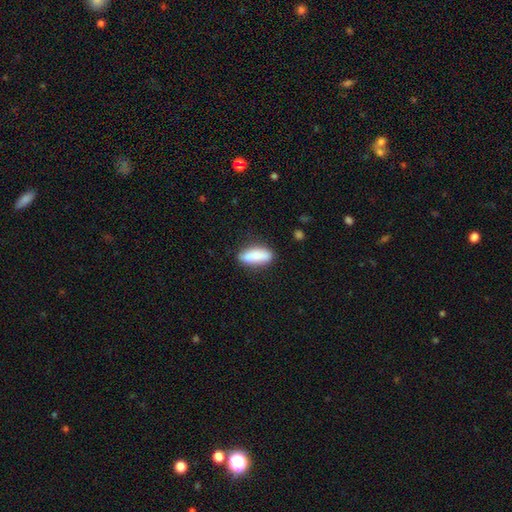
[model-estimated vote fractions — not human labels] Overall: smooth (83%). How rounded: in between (70%). Merging: none (79%).